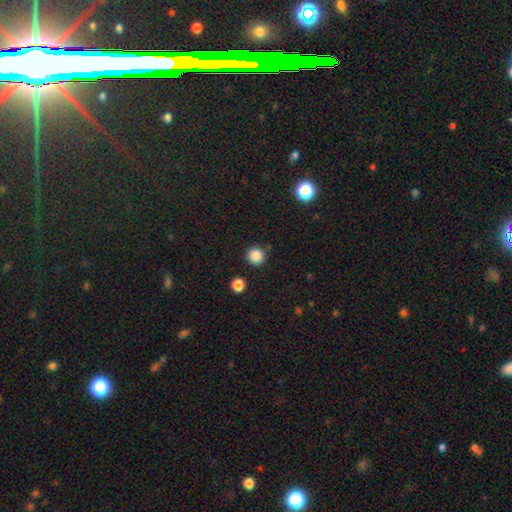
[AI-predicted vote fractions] Smooth or featured: smooth — 87% (star or artifact — 10%)
How rounded: round — 95% (in between — 4%)
Merging: none — 89% (minor disturbance — 6%)